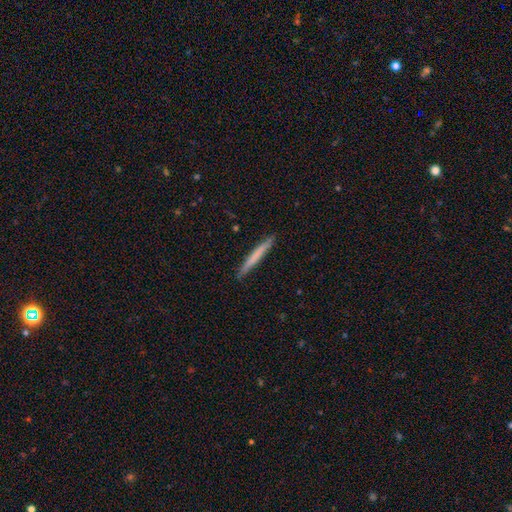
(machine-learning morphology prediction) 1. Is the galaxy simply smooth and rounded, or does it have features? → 63% smooth, 32% featured or disk, 5% star or artifact.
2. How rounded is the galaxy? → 97% cigar-shaped, 2% in between, 1% round.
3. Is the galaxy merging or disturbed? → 90% none, 7% minor disturbance, 1% major disturbance, 1% merger.